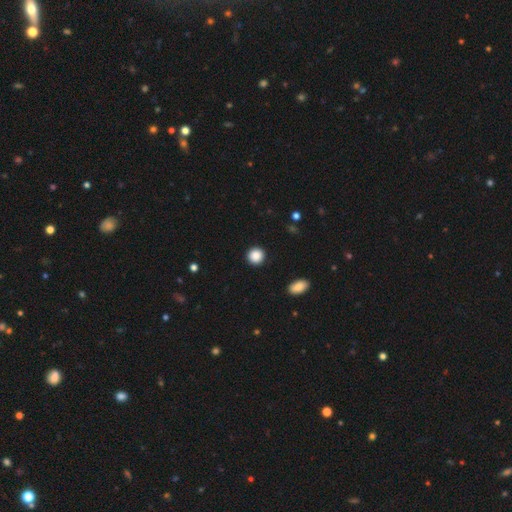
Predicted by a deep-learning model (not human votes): smooth_or_featured: smooth (p=0.88) [alt: star or artifact p=0.09]
how_rounded: round (p=0.93) [alt: in between p=0.06]
merging: none (p=0.92) [alt: minor disturbance p=0.05]